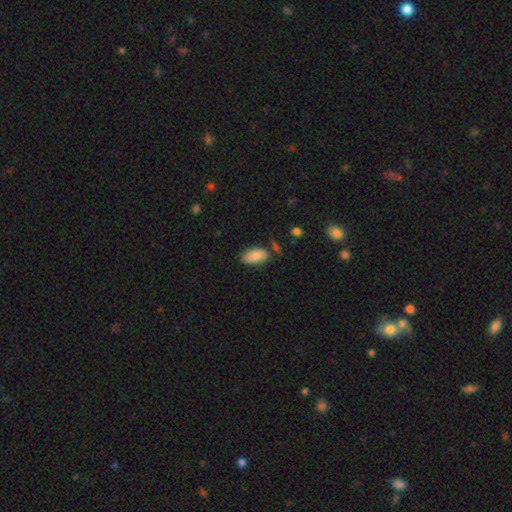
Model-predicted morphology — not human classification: Smooth or featured? smooth (84%)
How rounded? in between (93%)
Merging? none (64%)